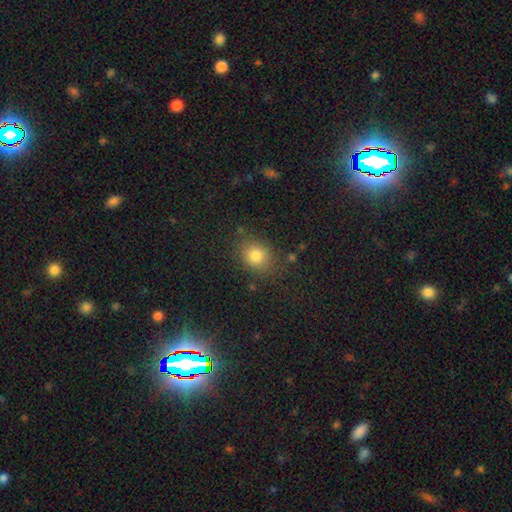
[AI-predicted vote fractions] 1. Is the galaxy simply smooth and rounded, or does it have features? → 79% smooth, 13% star or artifact, 8% featured or disk.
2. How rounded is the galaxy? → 55% round, 44% in between, 1% cigar-shaped.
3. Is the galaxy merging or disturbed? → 79% none, 13% minor disturbance, 5% major disturbance, 3% merger.